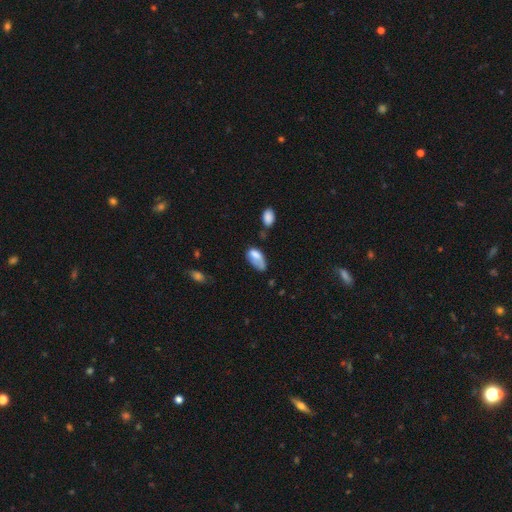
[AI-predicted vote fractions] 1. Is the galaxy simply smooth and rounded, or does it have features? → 72% smooth, 20% featured or disk, 9% star or artifact.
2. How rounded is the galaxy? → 92% in between, 4% round, 4% cigar-shaped.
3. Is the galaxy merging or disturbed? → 35% minor disturbance, 28% none, 25% major disturbance, 11% merger.